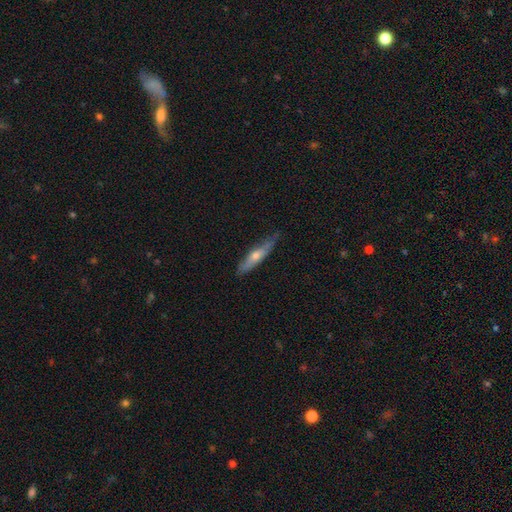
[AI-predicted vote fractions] Smooth or featured?
  - featured or disk: 50% *
  - smooth: 45%
  - star or artifact: 6%
Merging?
  - none: 73% *
  - minor disturbance: 22%
  - major disturbance: 3%
  - merger: 1%